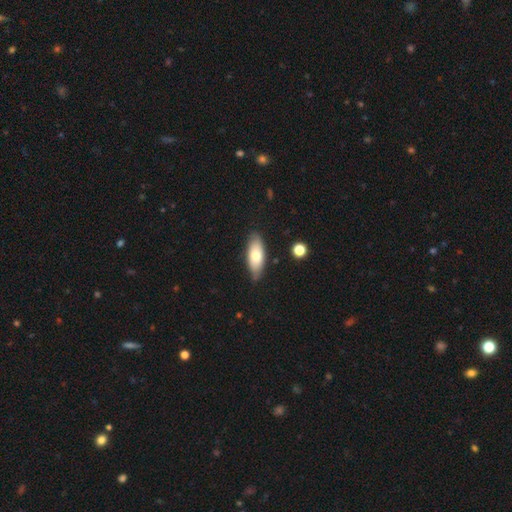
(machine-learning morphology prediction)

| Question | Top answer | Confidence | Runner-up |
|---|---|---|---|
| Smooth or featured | smooth | 71% | featured or disk (23%) |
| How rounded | in between | 80% | cigar-shaped (18%) |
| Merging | none | 81% | minor disturbance (15%) |